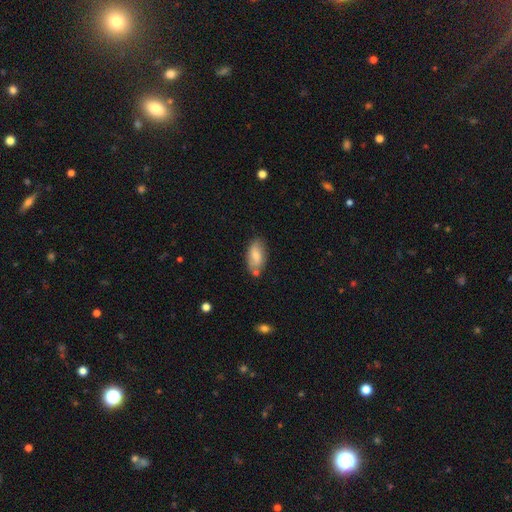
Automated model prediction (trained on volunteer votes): Morphology: type=smooth (71%); roundness=in between (92%); merging=none (70%).